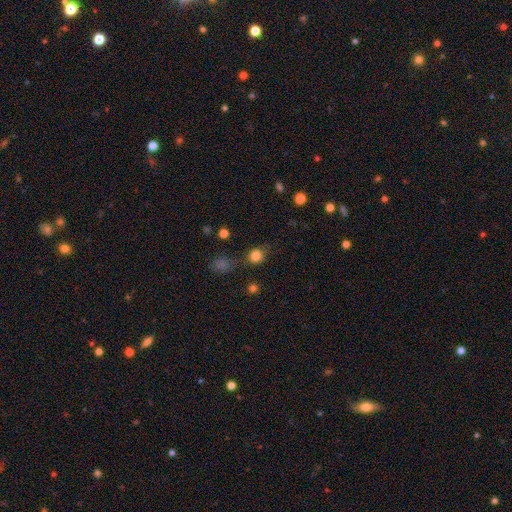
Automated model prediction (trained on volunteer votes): Smooth or featured?
  - smooth: 80% *
  - star or artifact: 14%
  - featured or disk: 6%
How rounded?
  - round: 76% *
  - in between: 22%
  - cigar-shaped: 1%
Merging?
  - none: 68% *
  - minor disturbance: 17%
  - merger: 8%
  - major disturbance: 7%